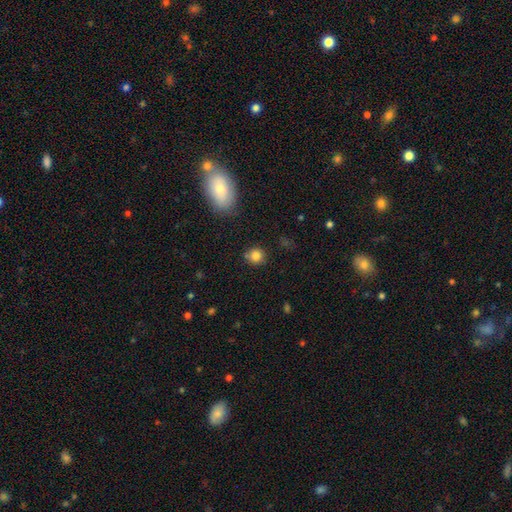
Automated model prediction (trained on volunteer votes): Smooth or featured: smooth — 82% (star or artifact — 12%)
How rounded: round — 86% (in between — 13%)
Merging: none — 78% (minor disturbance — 13%)